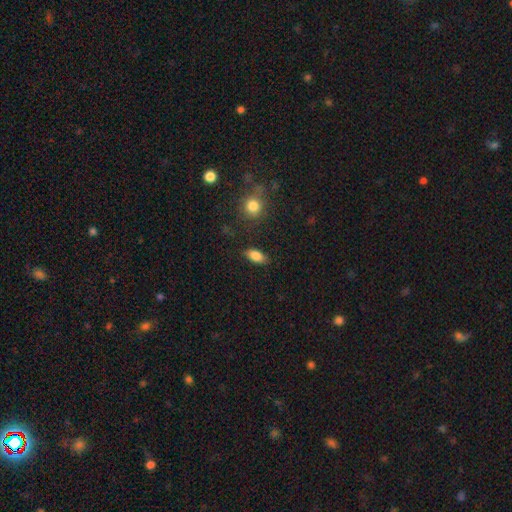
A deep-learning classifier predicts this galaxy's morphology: Smooth or featured: smooth — 85% (star or artifact — 8%)
How rounded: in between — 89% (cigar-shaped — 6%)
Merging: none — 83% (minor disturbance — 11%)